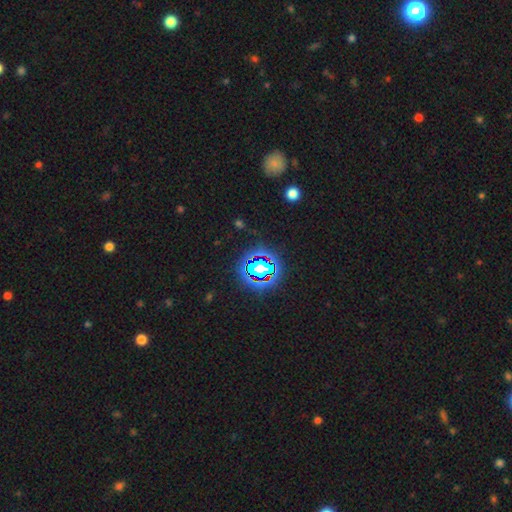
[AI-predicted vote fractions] A star or artifact, not a galaxy (79%).